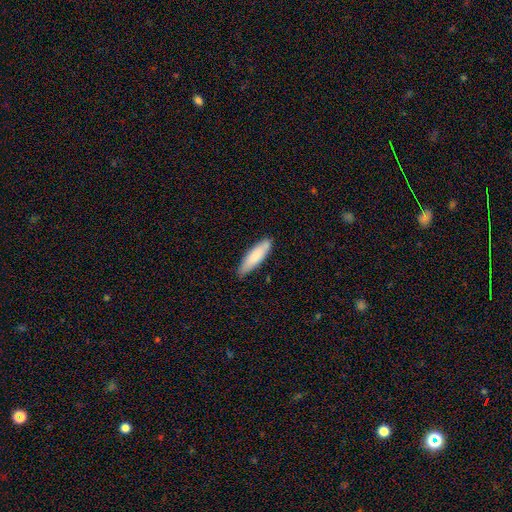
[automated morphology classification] This appears to be a smooth galaxy with no disk features (83%) that is cigar-shaped (63%). Merging: none (83%).